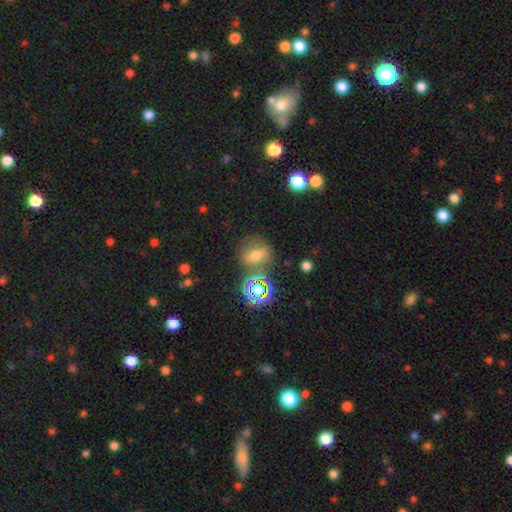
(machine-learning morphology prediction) smooth-or-featured: smooth: 47% | star or artifact: 30% | featured or disk: 23%
  merging: none: 61% | minor disturbance: 18% | merger: 13% | major disturbance: 9%